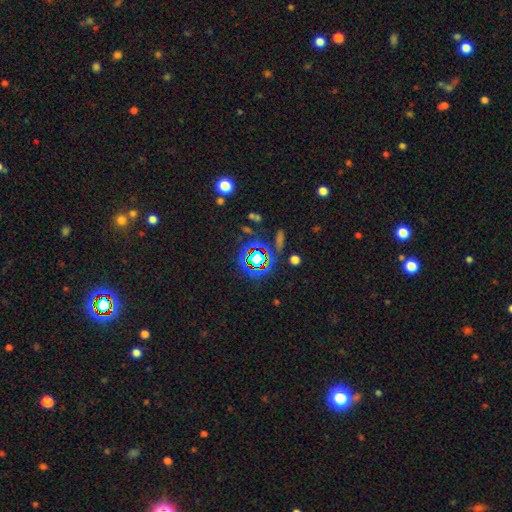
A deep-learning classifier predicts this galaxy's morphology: Smooth or featured? Predicted: star or artifact (p=0.76).